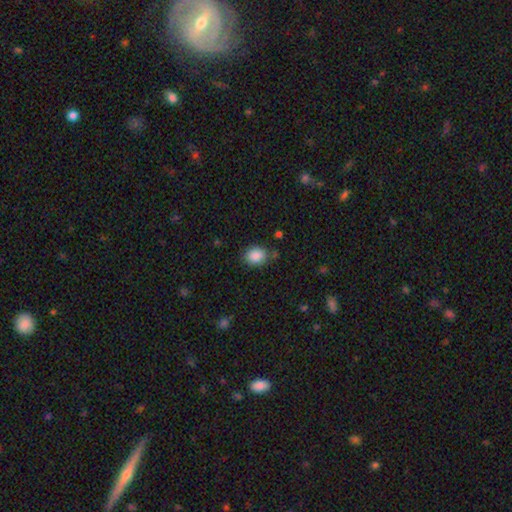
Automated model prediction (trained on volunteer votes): Smooth or featured? smooth (88%)
How rounded? in between (52%)
Merging? none (80%)